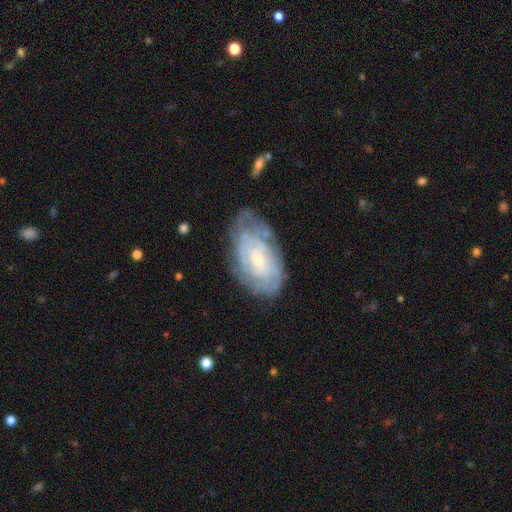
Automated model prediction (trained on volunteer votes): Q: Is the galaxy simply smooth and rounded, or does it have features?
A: featured or disk — 68%.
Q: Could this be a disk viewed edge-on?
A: no — 94%.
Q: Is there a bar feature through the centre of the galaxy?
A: no — 69%.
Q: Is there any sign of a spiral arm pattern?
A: yes — 77%.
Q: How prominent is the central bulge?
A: small — 64%.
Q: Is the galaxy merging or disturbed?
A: none — 69%.